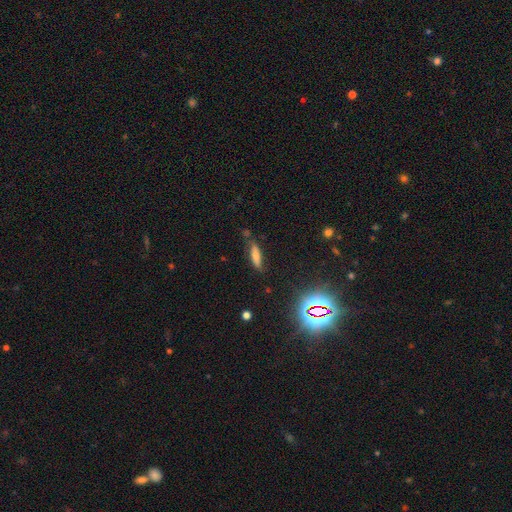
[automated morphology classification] type=smooth (60%); roundness=cigar-shaped (57%); merging=none (66%).